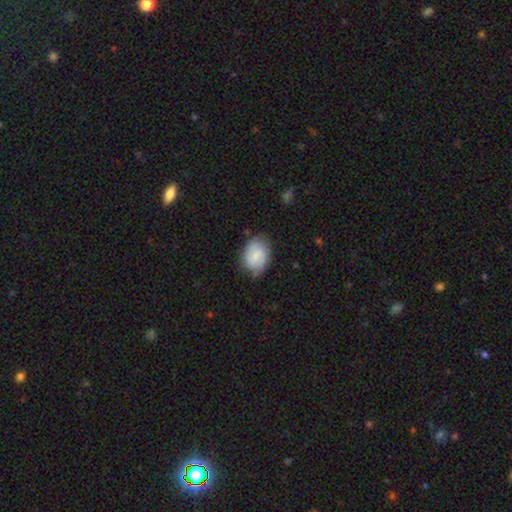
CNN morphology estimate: This appears to be a smooth galaxy with no disk features (62%) that is in between round and cigar-shaped (68%). Merging: none (71%).